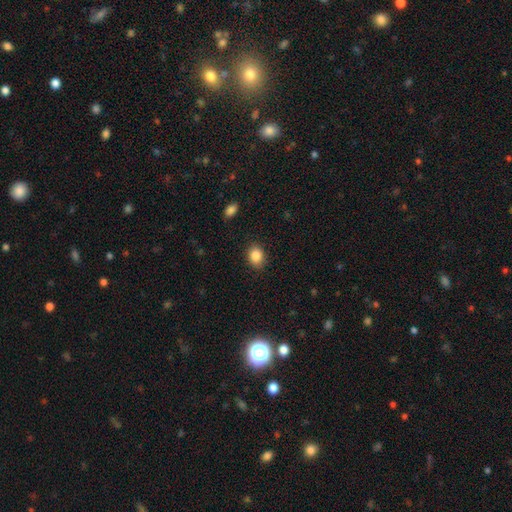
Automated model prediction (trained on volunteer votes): A smooth galaxy with no disk features (87%) that is in between round and cigar-shaped (50%). Merging: none (87%).